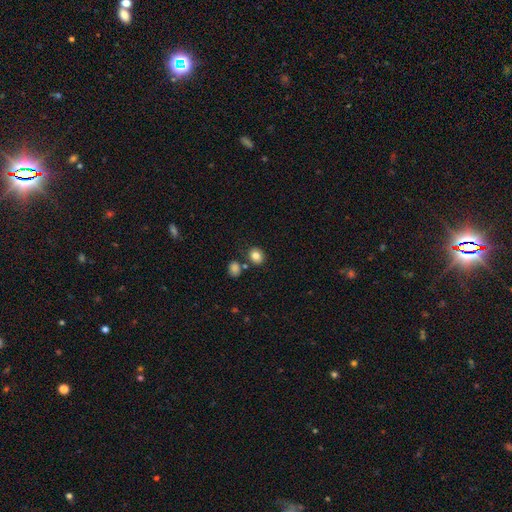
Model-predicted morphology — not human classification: smooth-or-featured: smooth: 83% | star or artifact: 10% | featured or disk: 7%
  how-rounded: round: 66% | in between: 33% | cigar-shaped: 1%
  merging: none: 74% | merger: 12% | minor disturbance: 11% | major disturbance: 3%